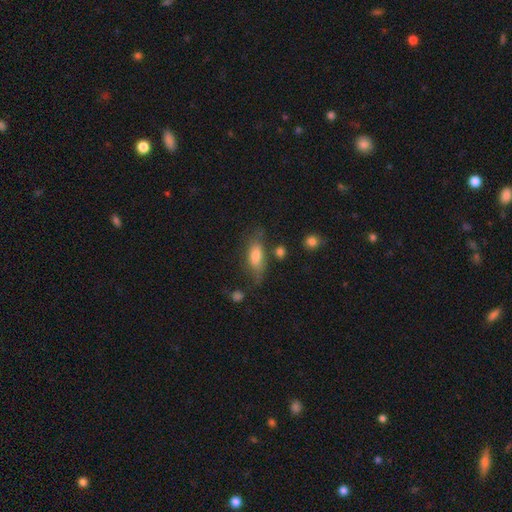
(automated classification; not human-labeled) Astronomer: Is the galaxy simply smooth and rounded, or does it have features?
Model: smooth — 64%.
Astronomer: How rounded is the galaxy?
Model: in between — 70%.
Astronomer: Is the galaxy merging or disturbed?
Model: none — 56%.